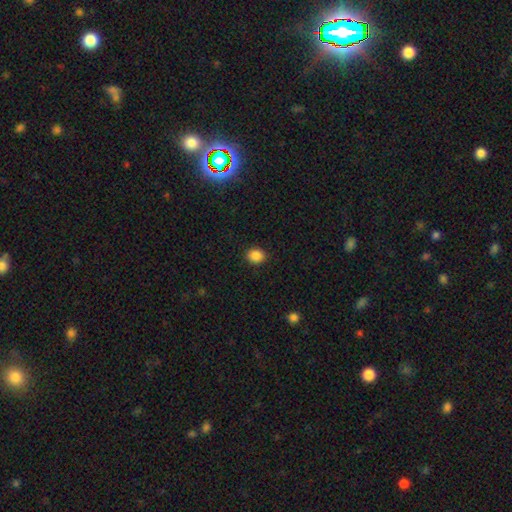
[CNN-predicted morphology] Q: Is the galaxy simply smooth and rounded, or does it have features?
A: smooth — 88%.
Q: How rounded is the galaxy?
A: round — 61%.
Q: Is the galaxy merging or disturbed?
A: none — 90%.